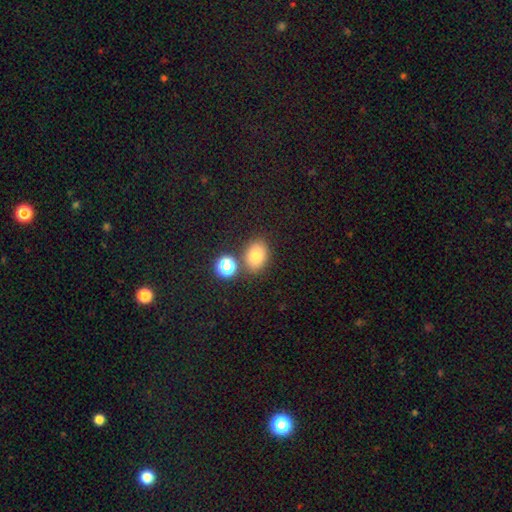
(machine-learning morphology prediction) Smooth or featured? smooth (79%)
How rounded? in between (65%)
Merging? none (76%)